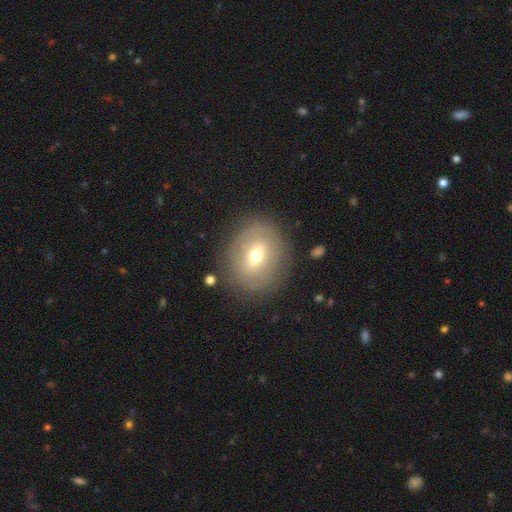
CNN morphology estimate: A smooth galaxy with no disk features (53%) that is round (65%).

Vote fractions:
- Smooth or featured? smooth: 53% / featured or disk: 36% / star or artifact: 12%
- How rounded? round: 65% / in between: 34% / cigar-shaped: 1%
- Merging? none: 83% / minor disturbance: 11% / major disturbance: 4% / merger: 2%